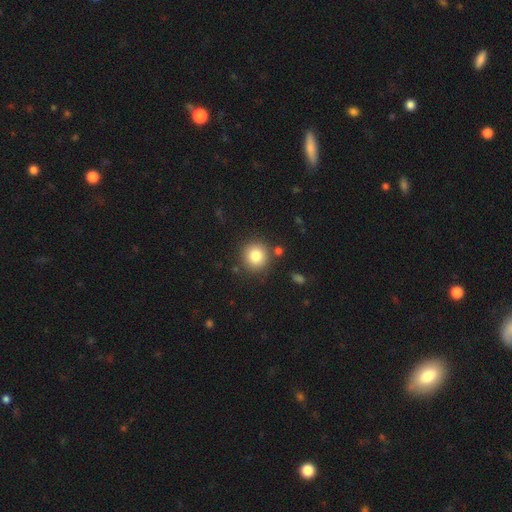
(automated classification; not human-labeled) smooth_or_featured: smooth (p=0.82) [alt: star or artifact p=0.10]
how_rounded: round (p=0.93) [alt: in between p=0.06]
merging: none (p=0.86) [alt: minor disturbance p=0.07]